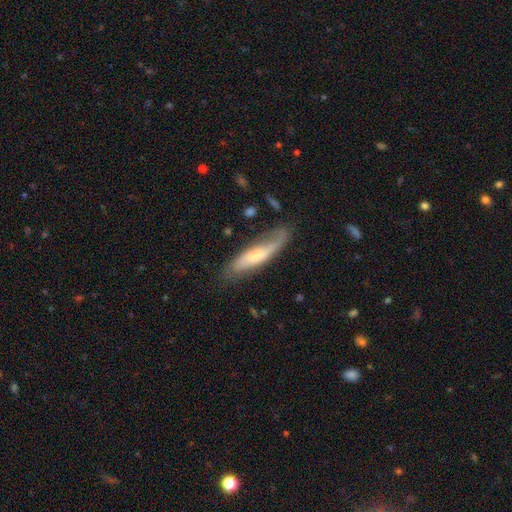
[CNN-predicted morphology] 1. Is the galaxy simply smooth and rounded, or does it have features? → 52% featured or disk, 42% smooth, 6% star or artifact.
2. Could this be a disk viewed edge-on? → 62% no, 38% yes.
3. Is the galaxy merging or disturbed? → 61% none, 25% minor disturbance, 11% major disturbance, 3% merger.